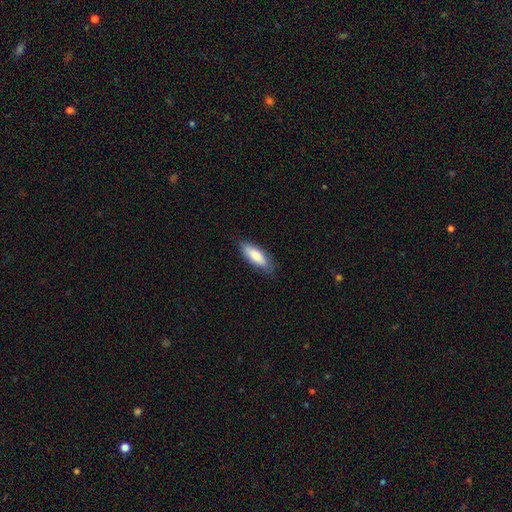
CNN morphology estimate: Smooth or featured: smooth — 79% (featured or disk — 15%)
How rounded: in between — 61% (cigar-shaped — 37%)
Merging: none — 81% (minor disturbance — 16%)